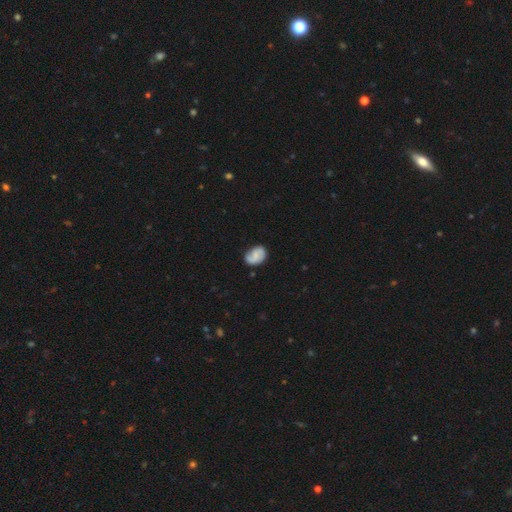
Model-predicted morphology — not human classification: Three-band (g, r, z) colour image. It shows a featured or disk galaxy (53%) with no bar (53%), spiral arms (87%) and a small central bulge (45%). Merging: none (68%).